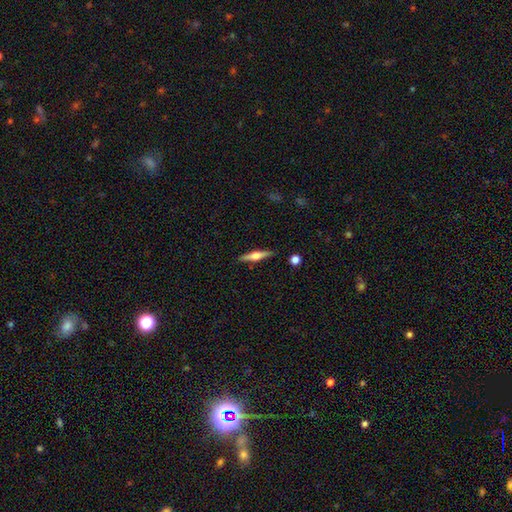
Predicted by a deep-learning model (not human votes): Smooth or featured? Predicted: featured or disk (p=0.65). Edge-on disk? Predicted: yes (p=0.97). Edge-on bulge? Predicted: rounded (p=0.91). Merging? Predicted: none (p=0.89).